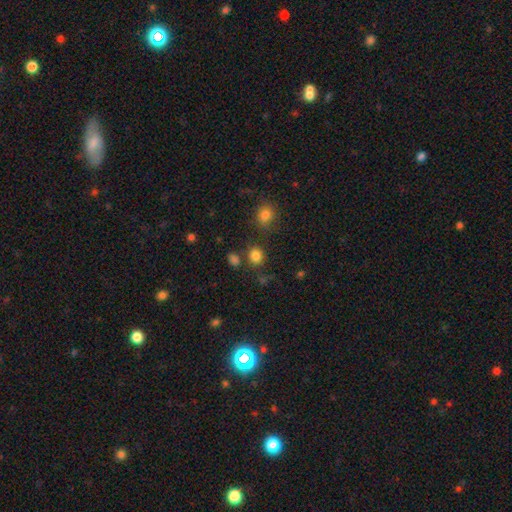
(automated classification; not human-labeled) Smooth or featured: smooth — 82% (star or artifact — 13%)
How rounded: round — 78% (in between — 21%)
Merging: none — 78% (minor disturbance — 10%)